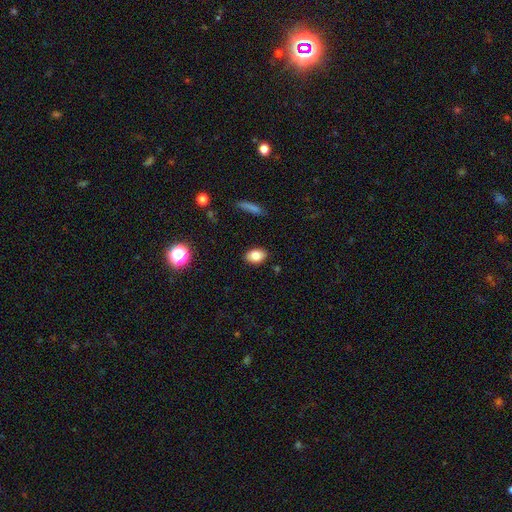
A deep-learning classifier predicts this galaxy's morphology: smooth-or-featured: smooth: 83% | star or artifact: 9% | featured or disk: 8%
  how-rounded: in between: 80% | round: 18% | cigar-shaped: 2%
  merging: none: 88% | minor disturbance: 9% | major disturbance: 2% | merger: 1%